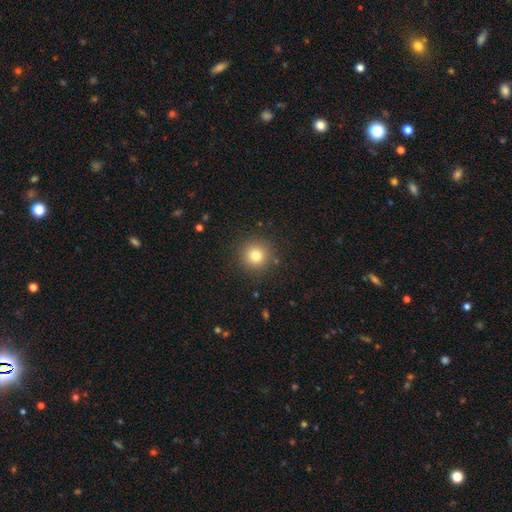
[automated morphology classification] A smooth galaxy with no disk features (78%) that is round (95%).

Vote fractions:
- Smooth or featured? smooth: 78% / star or artifact: 14% / featured or disk: 8%
- How rounded? round: 95% / in between: 4% / cigar-shaped: 1%
- Merging? none: 90% / minor disturbance: 6% / major disturbance: 2% / merger: 1%